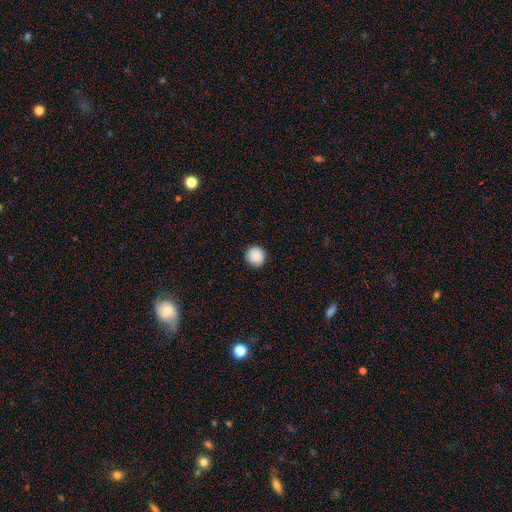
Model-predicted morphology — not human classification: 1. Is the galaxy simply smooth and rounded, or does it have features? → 89% smooth, 8% star or artifact, 3% featured or disk.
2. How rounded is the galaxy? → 96% round, 3% in between, 1% cigar-shaped.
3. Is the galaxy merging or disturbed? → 92% none, 5% minor disturbance, 2% major disturbance, 1% merger.